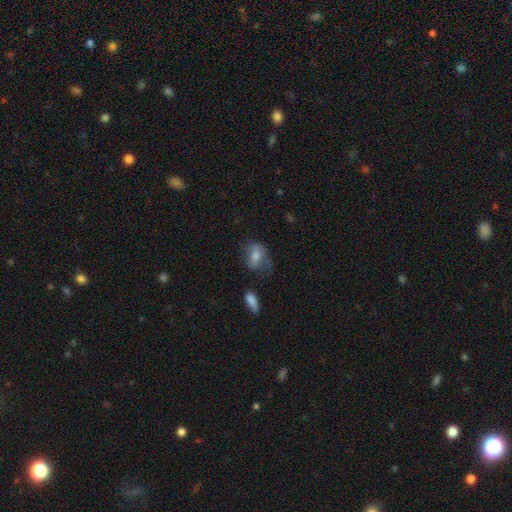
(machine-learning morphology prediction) Overall: smooth (65%; featured or disk 26%). How rounded: in between (79%). Merging: none (40%; minor disturbance 29%).